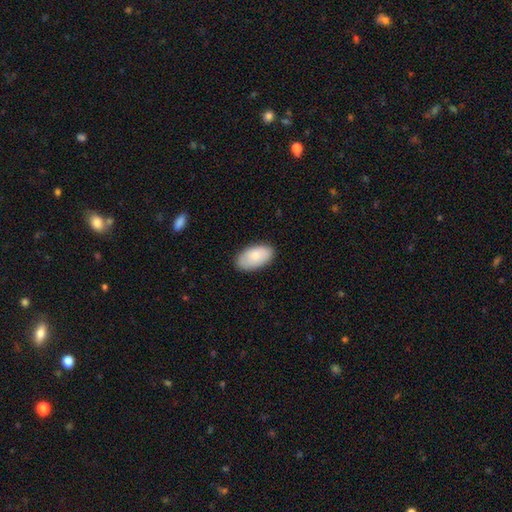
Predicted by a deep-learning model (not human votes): This is clearly a smooth galaxy (81%). How rounded: clearly in between (95%). Merging: clearly none (85%).